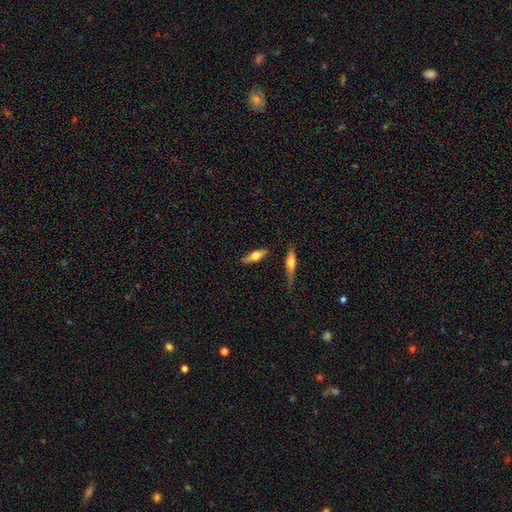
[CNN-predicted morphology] Smooth or featured? Predicted: featured or disk (p=0.50). Edge-on disk? Predicted: yes (p=0.91). Merging? Predicted: none (p=0.78).